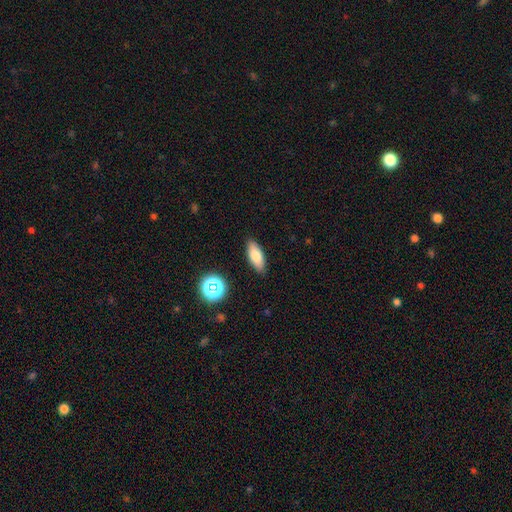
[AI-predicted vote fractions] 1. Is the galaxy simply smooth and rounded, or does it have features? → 76% smooth, 15% featured or disk, 9% star or artifact.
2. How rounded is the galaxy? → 75% in between, 22% cigar-shaped, 3% round.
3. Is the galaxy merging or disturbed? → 88% none, 9% minor disturbance, 2% major disturbance, 2% merger.